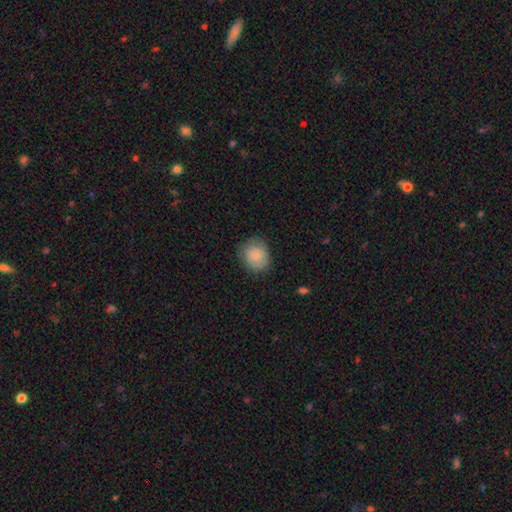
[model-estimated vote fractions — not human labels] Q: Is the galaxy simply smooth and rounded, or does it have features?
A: smooth — 86%.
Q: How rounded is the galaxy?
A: round — 73%.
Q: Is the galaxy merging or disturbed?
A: none — 78%.